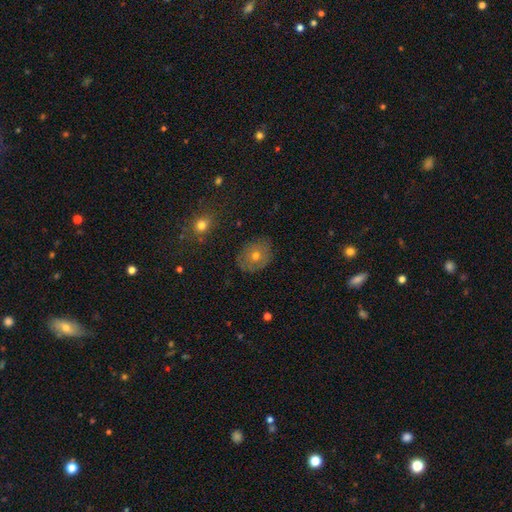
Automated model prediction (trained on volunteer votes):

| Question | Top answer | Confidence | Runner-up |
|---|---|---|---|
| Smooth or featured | smooth | 53% | featured or disk (33%) |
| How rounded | round | 57% | in between (42%) |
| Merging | none | 80% | minor disturbance (15%) |